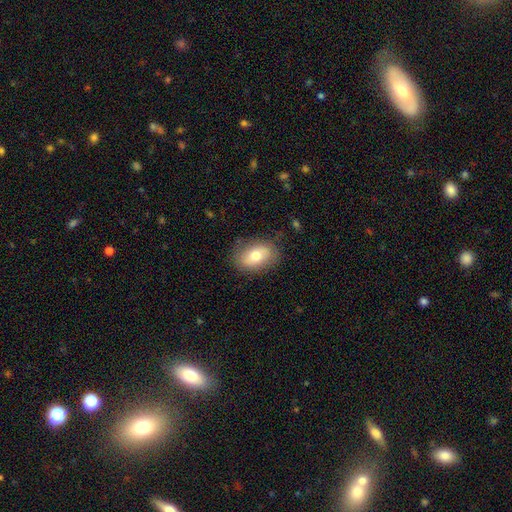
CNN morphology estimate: The model was most divided on "smooth or featured": smooth: 70%, featured or disk: 23%, star or artifact: 7%. More confident: how rounded — in between (86%); merging — none (79%).